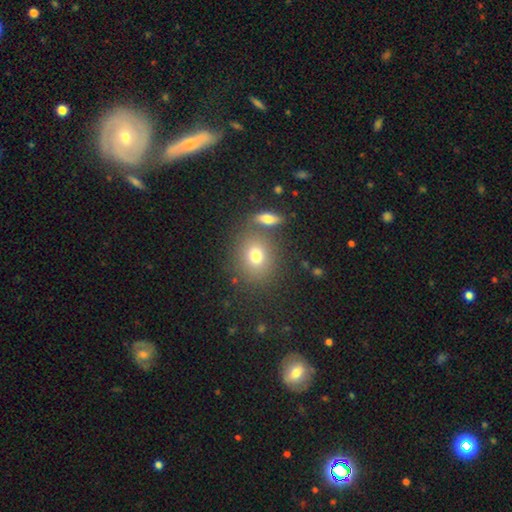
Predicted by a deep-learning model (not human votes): The model was most divided on "how rounded": round: 63%, in between: 35%, cigar-shaped: 1%. More confident: smooth or featured — smooth (75%); merging — none (70%).